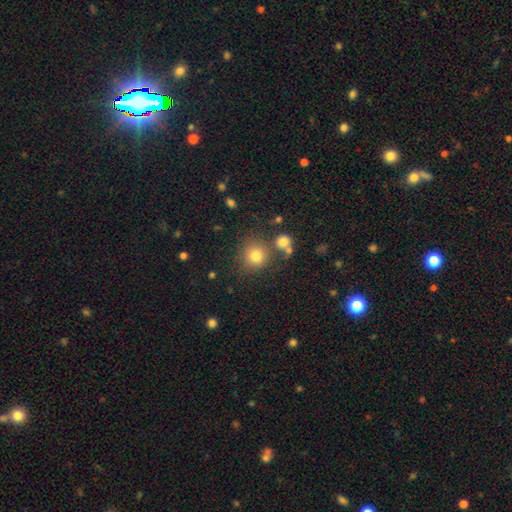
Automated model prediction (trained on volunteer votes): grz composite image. It shows a smooth galaxy with no disk features (79%) that is round (89%). Merging: none (75%).